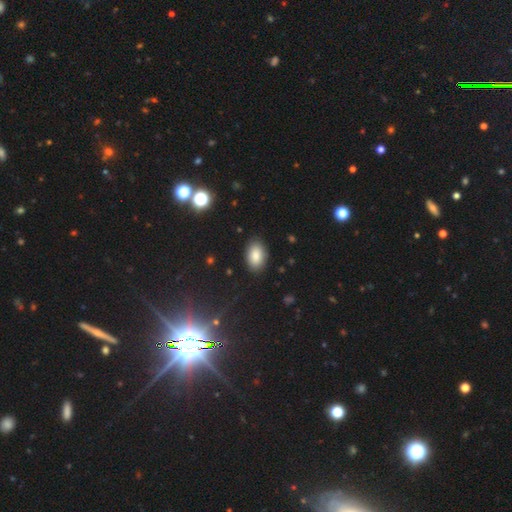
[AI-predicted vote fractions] Smooth or featured: smooth — 85% (star or artifact — 9%)
How rounded: in between — 91% (round — 8%)
Merging: none — 87% (minor disturbance — 9%)